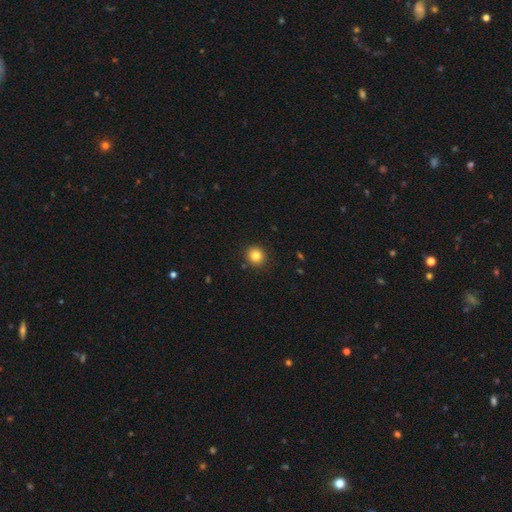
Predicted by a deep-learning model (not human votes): The model was most divided on "smooth or featured": smooth: 83%, star or artifact: 11%, featured or disk: 6%. More confident: merging — none (90%); how rounded — round (88%).